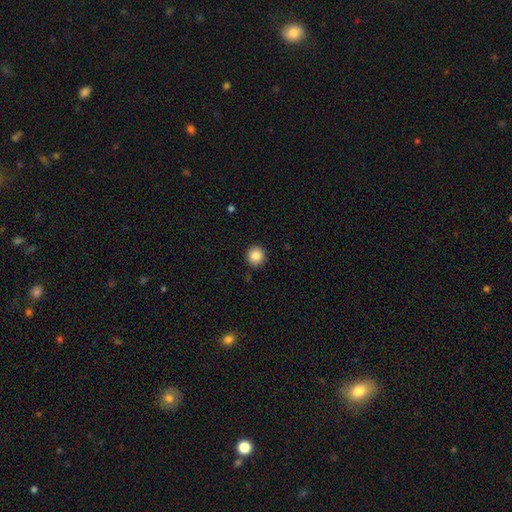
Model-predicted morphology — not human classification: Smooth or featured? Predicted: smooth (p=0.87). How rounded? Predicted: round (p=0.94). Merging? Predicted: none (p=0.91).